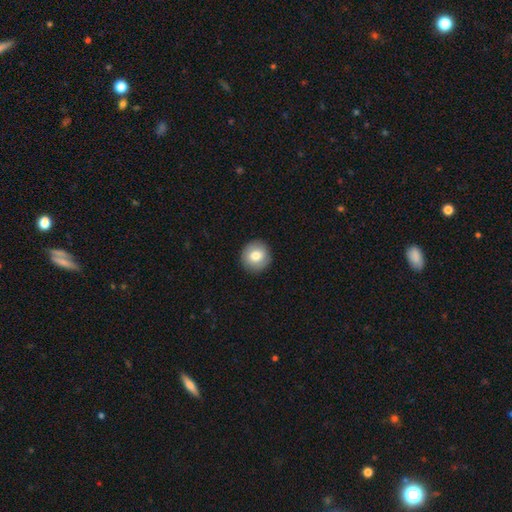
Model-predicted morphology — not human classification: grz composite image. It shows a smooth galaxy with no disk features (77%) that is round (90%). Merging: none (90%).